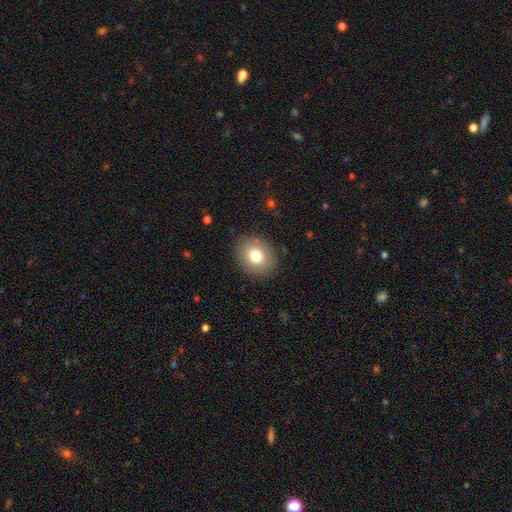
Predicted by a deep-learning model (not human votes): Smooth or featured? Predicted: smooth (p=0.77). How rounded? Predicted: round (p=0.57). Merging? Predicted: none (p=0.87).